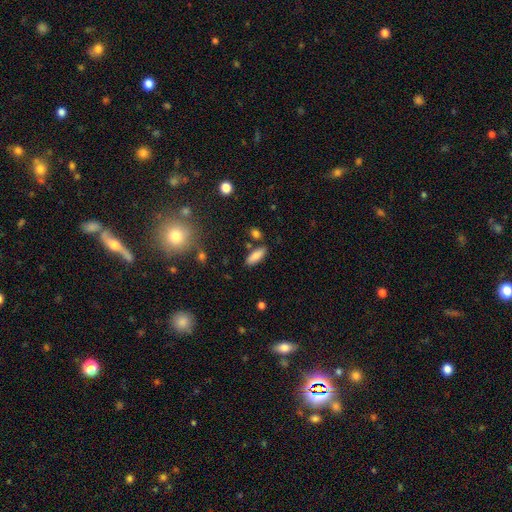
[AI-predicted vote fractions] Smooth or featured?
  - smooth: 83% *
  - featured or disk: 10%
  - star or artifact: 8%
How rounded?
  - in between: 69% *
  - cigar-shaped: 29%
  - round: 2%
Merging?
  - none: 80% *
  - minor disturbance: 11%
  - merger: 6%
  - major disturbance: 3%